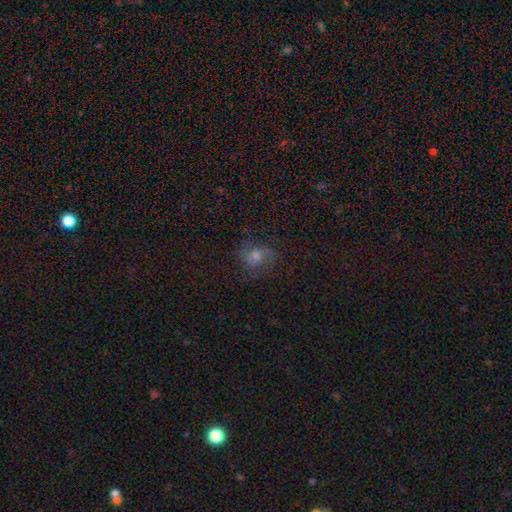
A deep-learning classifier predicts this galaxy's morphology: featured or disk 54%, smooth 29%, star or artifact 17%. Down the decision tree: edge-on disk — no (97%); bar — no (68%); spiral arms — yes (90%); bulge size — moderate (59%); merging — none (71%).